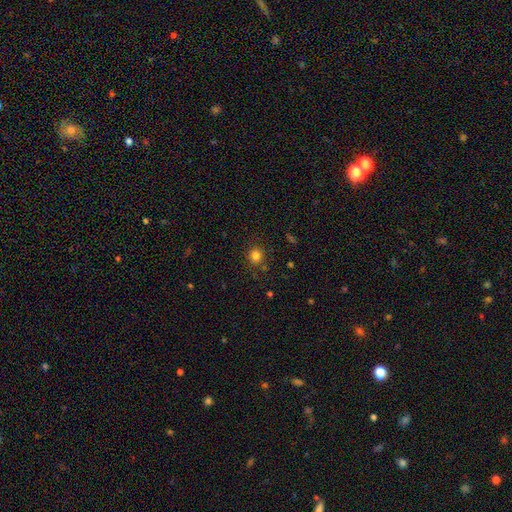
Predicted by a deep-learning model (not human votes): Smooth or featured? smooth (81%)
How rounded? round (88%)
Merging? none (84%)